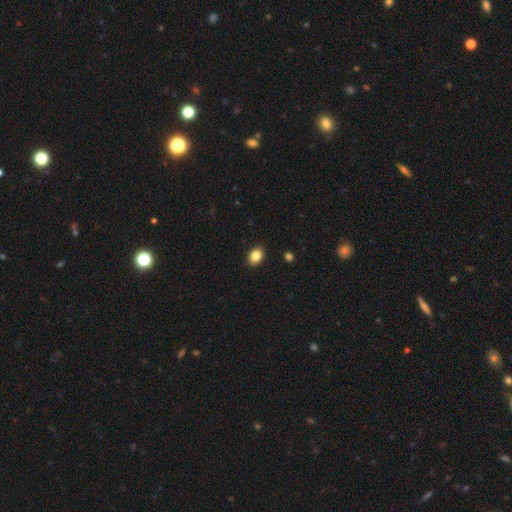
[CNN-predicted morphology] smooth-or-featured: smooth: 86% | star or artifact: 9% | featured or disk: 5%
  how-rounded: in between: 66% | round: 33% | cigar-shaped: 1%
  merging: none: 91% | minor disturbance: 6% | major disturbance: 2% | merger: 1%